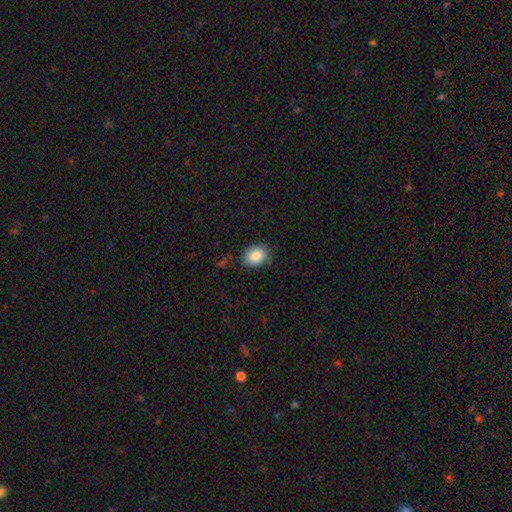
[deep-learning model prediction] Smooth or featured?
  - smooth: 87% *
  - star or artifact: 8%
  - featured or disk: 5%
How rounded?
  - in between: 55% *
  - round: 44%
  - cigar-shaped: 1%
Merging?
  - none: 81% *
  - minor disturbance: 14%
  - major disturbance: 3%
  - merger: 1%